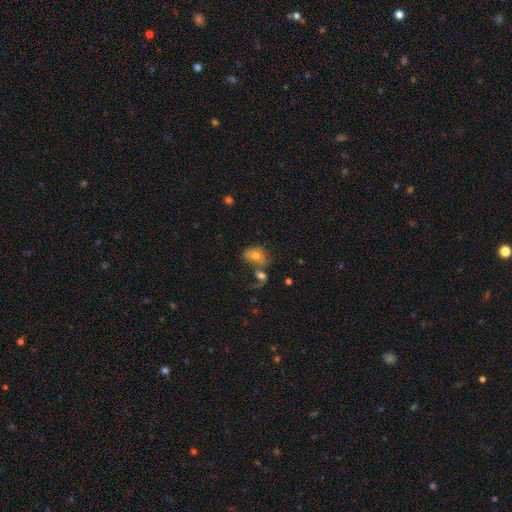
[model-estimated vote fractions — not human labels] Q: Smooth or featured?
A: smooth (65%); runner-up: featured or disk (25%)
Q: How rounded?
A: in between (64%); runner-up: round (34%)
Q: Merging?
A: merger (44%); runner-up: none (30%)